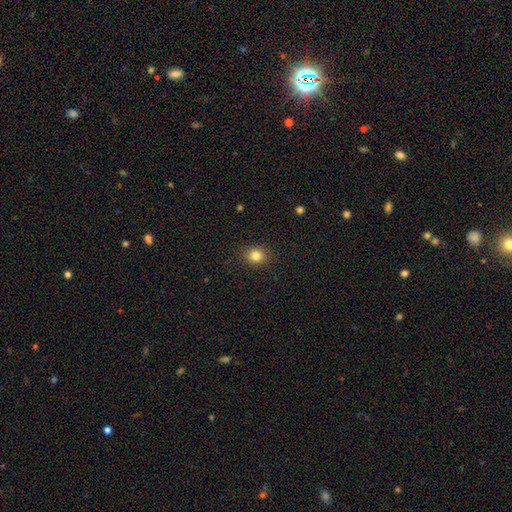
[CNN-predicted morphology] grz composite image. It shows a smooth galaxy with no disk features (82%) that is round (69%). Merging: none (89%).